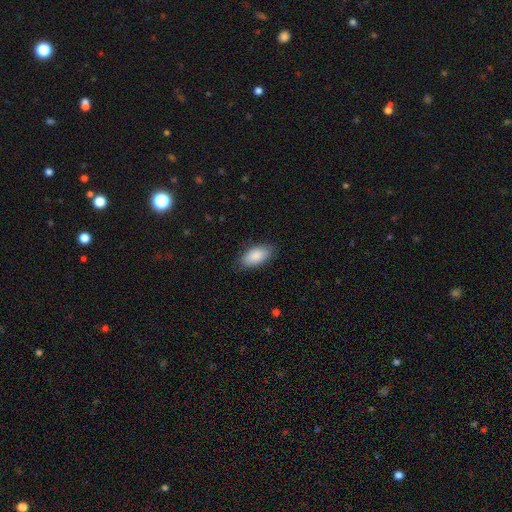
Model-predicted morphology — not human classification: The model was most divided on "merging": none: 83%, minor disturbance: 13%, major disturbance: 3%, merger: 1%. More confident: how rounded — in between (93%); smooth or featured — smooth (87%).